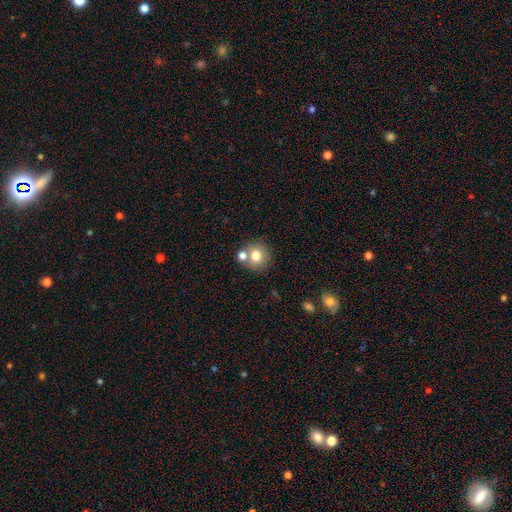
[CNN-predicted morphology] A smooth galaxy with no disk features (77%) that is round (88%). Merging: none (64%).